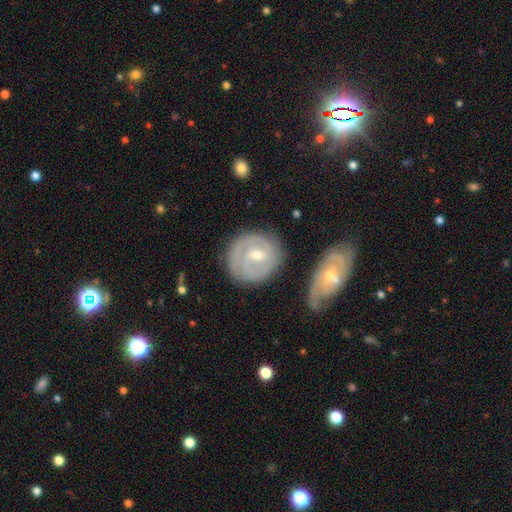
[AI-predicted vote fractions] smooth-or-featured: featured or disk: 78% | smooth: 17% | star or artifact: 5%
  disk-edge-on: no: 97% | yes: 3%
    bar: weak: 52% | no: 34% | strong: 14%
    has-spiral-arms: yes: 89% | no: 11%
      spiral-winding: tight: 71% | medium: 22% | loose: 7%
      spiral-arm-count: 2: 43% | can't tell: 30% | 3: 14% | 1: 7% | 4: 4% | more than 4: 3%
    bulge-size: moderate: 49% | small: 47% | large: 1% | none: 1% | dominant: 1%
  merging: none: 71% | minor disturbance: 17% | merger: 7% | major disturbance: 5%